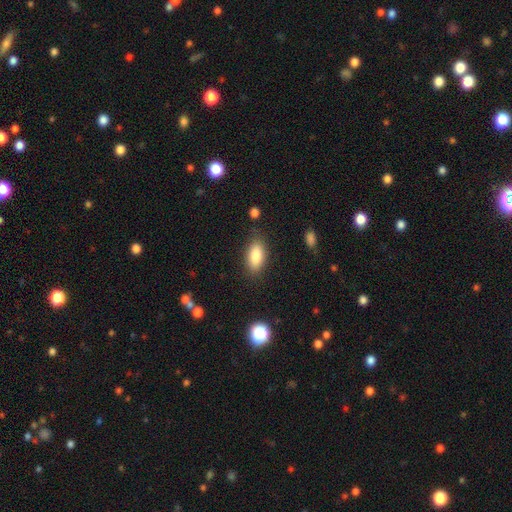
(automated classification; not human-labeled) smooth 85%, featured or disk 8%, star or artifact 7%. Down the decision tree: how rounded — in between (88%); merging — none (83%).